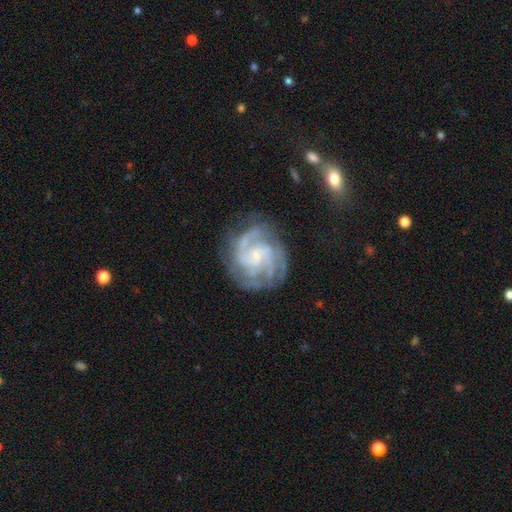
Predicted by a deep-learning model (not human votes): This is clearly a featured or disk galaxy (88%). It is clearly not viewed edge-on (98%). Bar: possibly no (57%). Spiral arm pattern: clearly yes (97%). Spiral arm count: marginally 3 (30%). Spiral winding: possibly tight (54%). Central bulge: likely small (70%). Merging: likely none (72%).